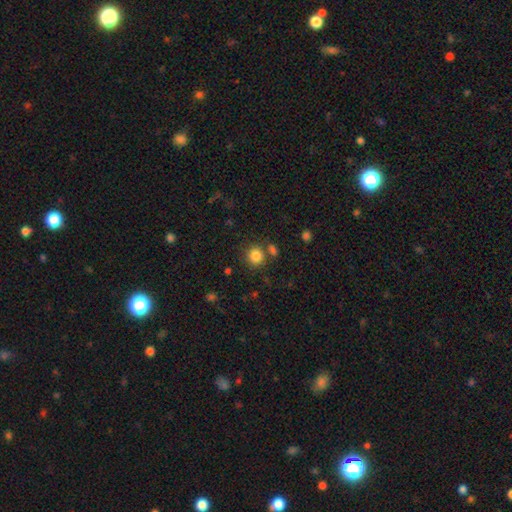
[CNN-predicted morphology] smooth_or_featured: smooth (p=0.84) [alt: star or artifact p=0.11]
how_rounded: round (p=0.87) [alt: in between p=0.12]
merging: none (p=0.75) [alt: merger p=0.12]